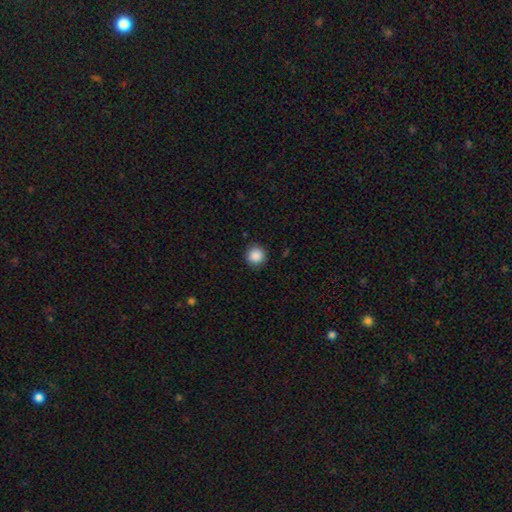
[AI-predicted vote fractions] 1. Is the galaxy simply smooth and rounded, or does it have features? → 88% smooth, 9% star or artifact, 3% featured or disk.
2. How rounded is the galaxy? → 93% round, 6% in between, 1% cigar-shaped.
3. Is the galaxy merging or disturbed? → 90% none, 7% minor disturbance, 2% major disturbance, 1% merger.